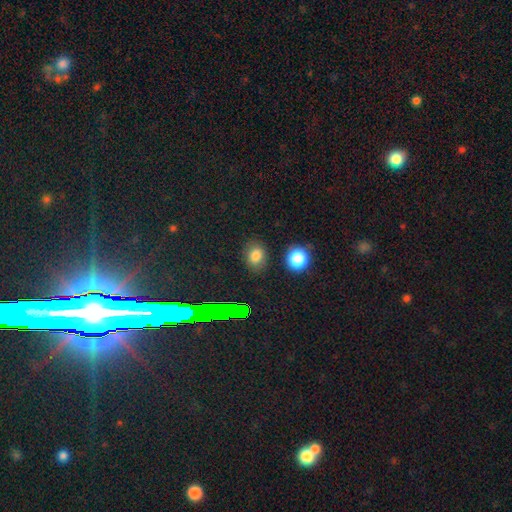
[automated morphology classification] Smooth or featured?
  - smooth: 79% *
  - star or artifact: 14%
  - featured or disk: 7%
How rounded?
  - in between: 59% *
  - round: 39%
  - cigar-shaped: 1%
Merging?
  - none: 81% *
  - minor disturbance: 12%
  - major disturbance: 3%
  - merger: 3%